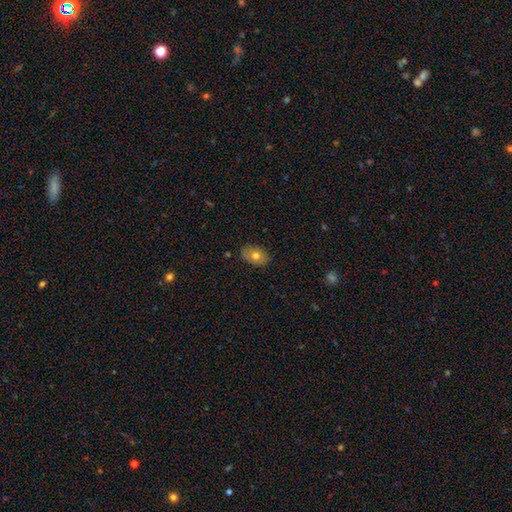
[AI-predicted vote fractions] Q: Smooth or featured?
A: smooth (72%); runner-up: featured or disk (20%)
Q: How rounded?
A: in between (82%); runner-up: round (17%)
Q: Merging?
A: none (82%); runner-up: minor disturbance (14%)